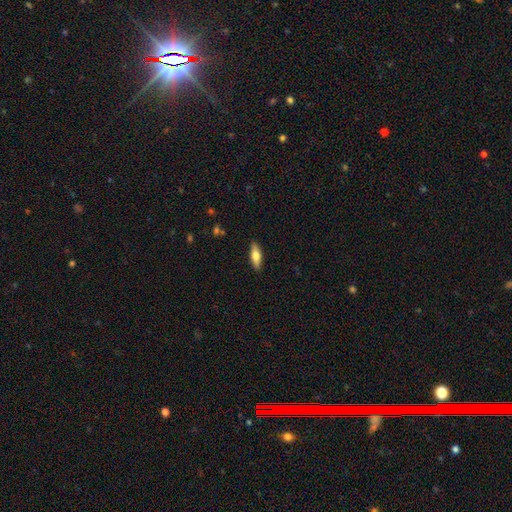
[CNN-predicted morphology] type=smooth (64%); roundness=in between (56%); merging=none (89%).